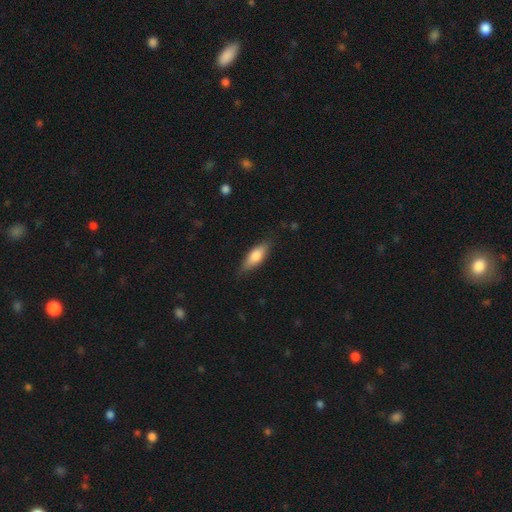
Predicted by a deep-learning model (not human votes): Smooth or featured?
  - smooth: 72% *
  - featured or disk: 23%
  - star or artifact: 6%
How rounded?
  - in between: 65% *
  - cigar-shaped: 33%
  - round: 2%
Merging?
  - none: 80% *
  - minor disturbance: 16%
  - major disturbance: 3%
  - merger: 1%